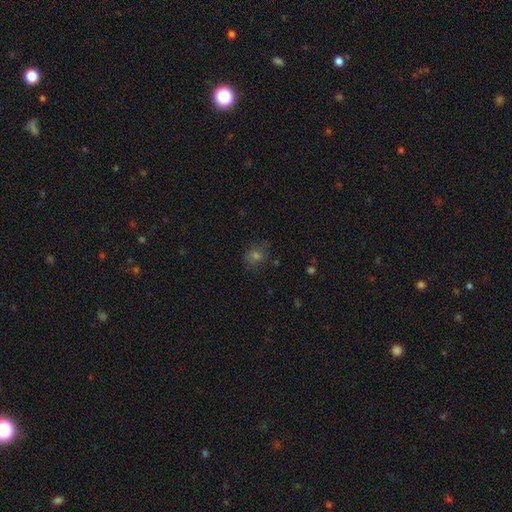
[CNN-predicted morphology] This appears to be a smooth galaxy with no disk features (60%) that is round (72%). Merging: none (77%).